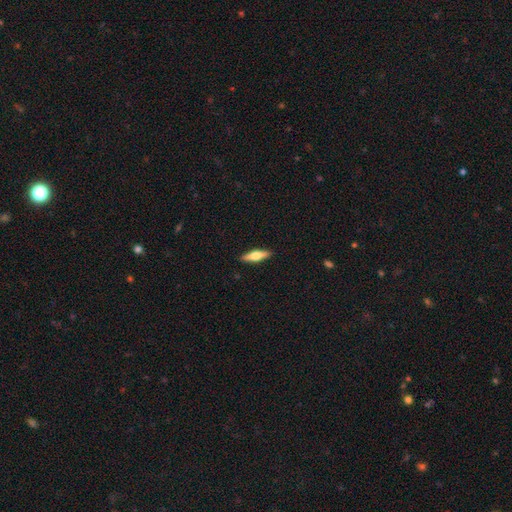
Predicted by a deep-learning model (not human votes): Smooth or featured: featured or disk — 49% (smooth — 45%)
Merging: none — 91% (minor disturbance — 7%)